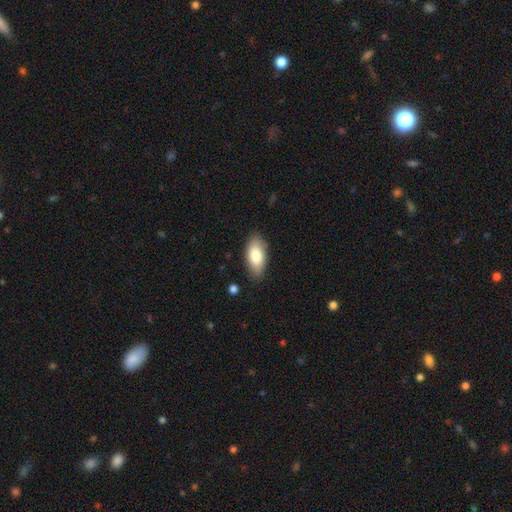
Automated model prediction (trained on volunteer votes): Smooth or featured?
  - smooth: 82% *
  - featured or disk: 12%
  - star or artifact: 6%
How rounded?
  - in between: 91% *
  - cigar-shaped: 7%
  - round: 2%
Merging?
  - none: 83% *
  - minor disturbance: 13%
  - major disturbance: 3%
  - merger: 1%